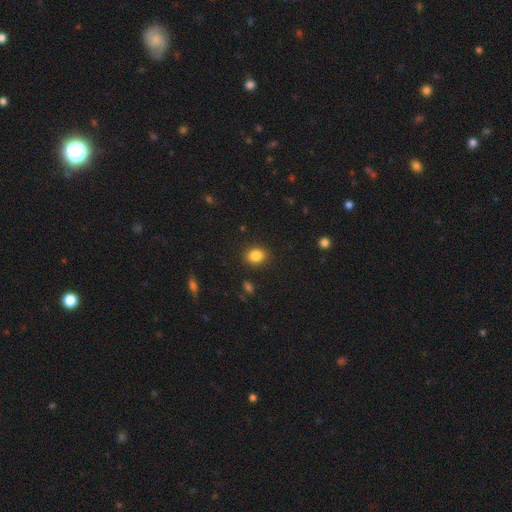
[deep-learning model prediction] Smooth or featured?
  - smooth: 85% *
  - star or artifact: 10%
  - featured or disk: 5%
How rounded?
  - round: 54% *
  - in between: 45%
  - cigar-shaped: 1%
Merging?
  - none: 88% *
  - minor disturbance: 8%
  - major disturbance: 2%
  - merger: 1%